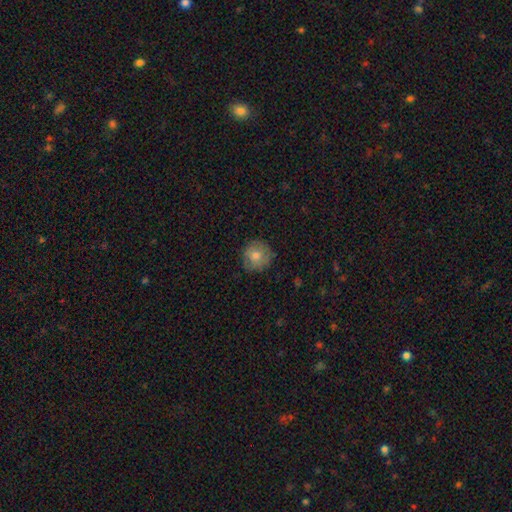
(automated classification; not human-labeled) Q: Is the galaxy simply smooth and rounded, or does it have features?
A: smooth — 72%.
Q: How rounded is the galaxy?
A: round — 94%.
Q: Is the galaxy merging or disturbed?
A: none — 83%.